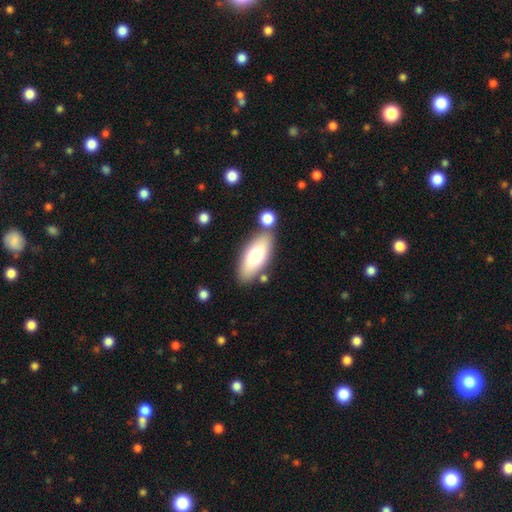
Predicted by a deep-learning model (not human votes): smooth_or_featured: smooth (p=0.69) [alt: featured or disk p=0.25]
how_rounded: in between (p=0.78) [alt: cigar-shaped p=0.19]
merging: none (p=0.76) [alt: minor disturbance p=0.11]